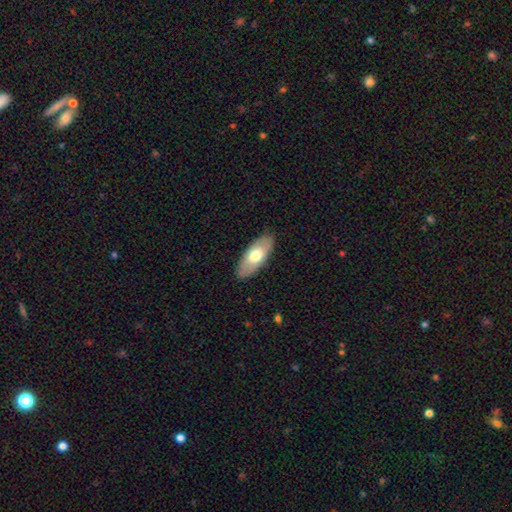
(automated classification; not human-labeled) Overall: smooth (65%; featured or disk 30%). How rounded: in between (85%). Merging: none (87%).